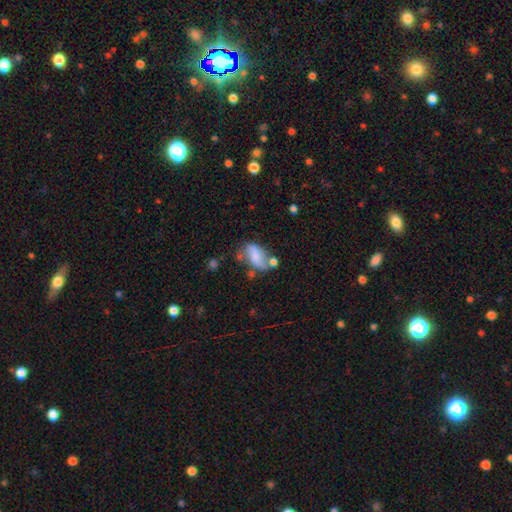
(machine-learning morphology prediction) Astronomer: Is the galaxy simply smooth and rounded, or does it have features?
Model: smooth — 49% (runner-up: featured or disk, 42%).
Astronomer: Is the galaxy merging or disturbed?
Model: none — 41% (runner-up: minor disturbance, 24%).